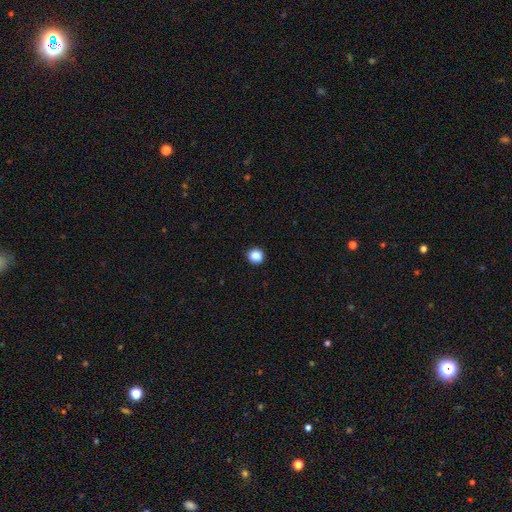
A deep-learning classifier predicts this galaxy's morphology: Overall: smooth (86%). How rounded: round (92%). Merging: none (92%).